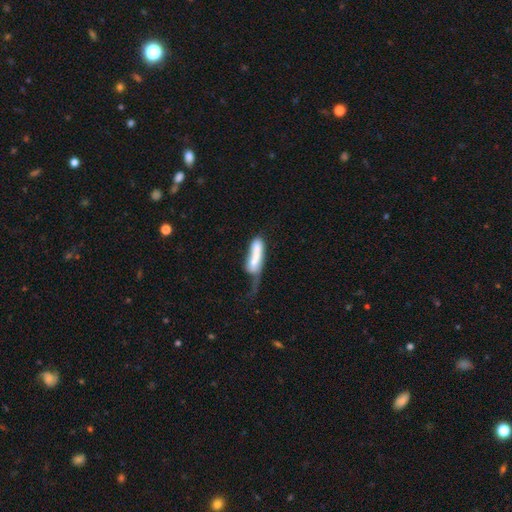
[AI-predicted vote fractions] Smooth or featured: smooth — 66% (featured or disk — 27%)
How rounded: cigar-shaped — 56% (in between — 42%)
Merging: major disturbance — 36% (merger — 24%)